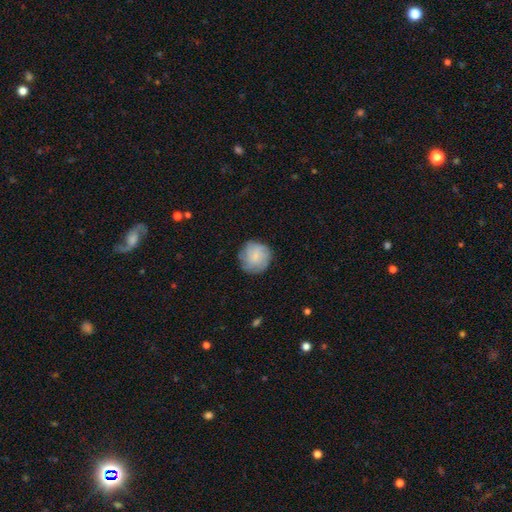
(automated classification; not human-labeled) This is likely a smooth galaxy (69%). How rounded: clearly round (91%). Merging: likely none (80%).